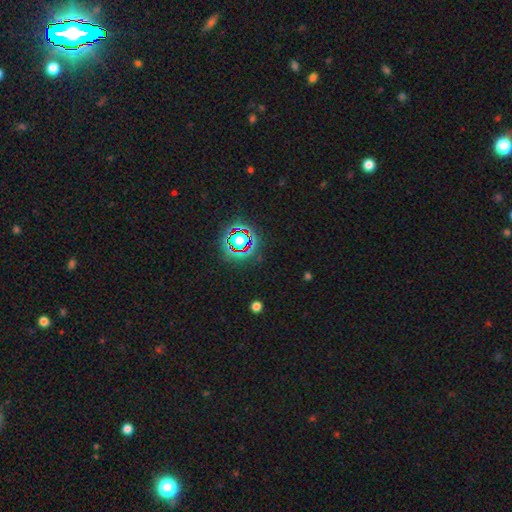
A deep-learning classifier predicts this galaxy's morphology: Q: Smooth or featured?
A: star or artifact (72%); runner-up: smooth (18%)